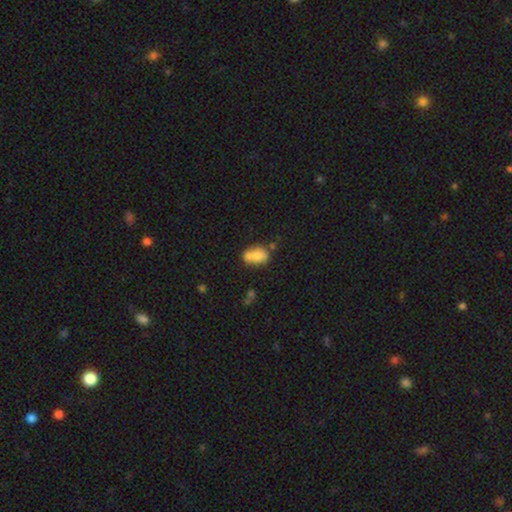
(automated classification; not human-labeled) A smooth galaxy with no disk features (71%) that is in between round and cigar-shaped (65%). Merging: merger (50%).